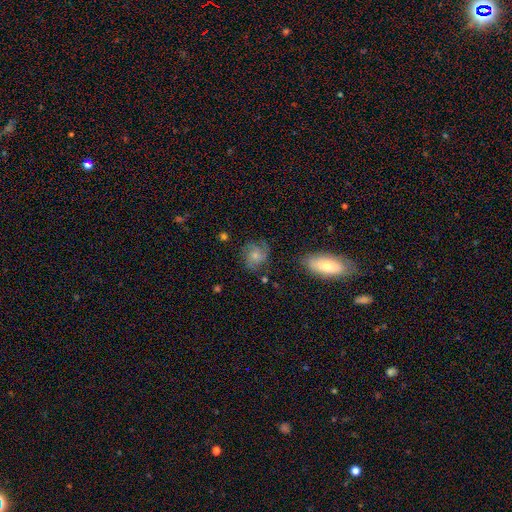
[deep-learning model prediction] A smooth galaxy with no disk features (55%) that is round (69%).

Vote fractions:
- Smooth or featured? smooth: 55% / featured or disk: 35% / star or artifact: 10%
- How rounded? round: 69% / in between: 30% / cigar-shaped: 1%
- Merging? none: 64% / minor disturbance: 22% / major disturbance: 10% / merger: 3%